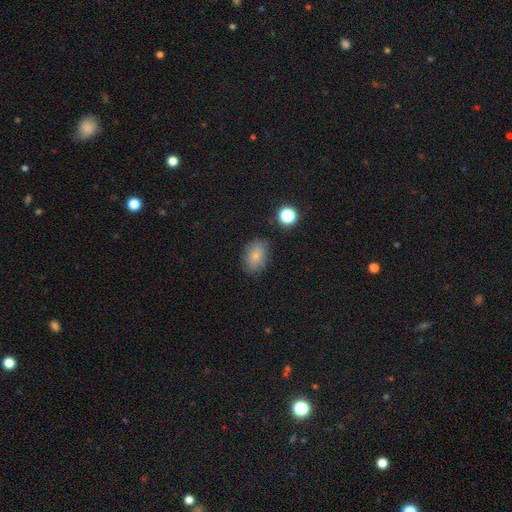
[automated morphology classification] Smooth or featured? smooth (76%)
How rounded? in between (78%)
Merging? none (79%)